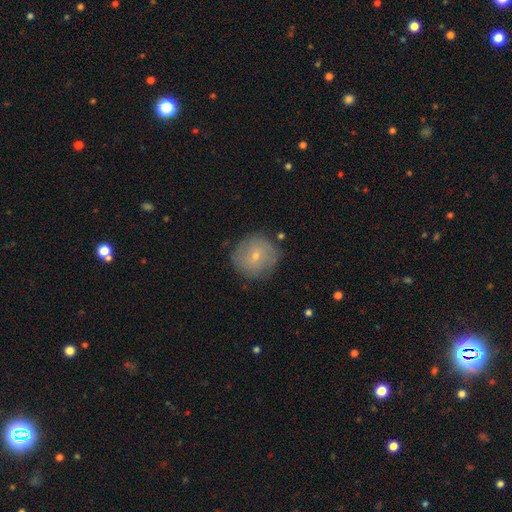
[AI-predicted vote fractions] Morphology: type=smooth (61%); roundness=round (92%); merging=none (81%).